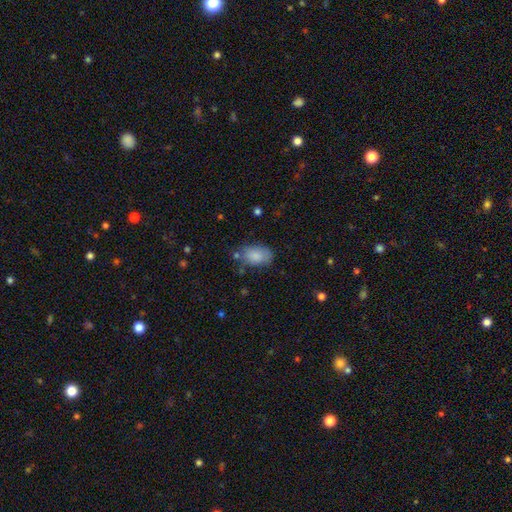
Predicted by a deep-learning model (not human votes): This appears to be a smooth galaxy with no disk features (85%) that is in between round and cigar-shaped (90%). Merging: none (66%).